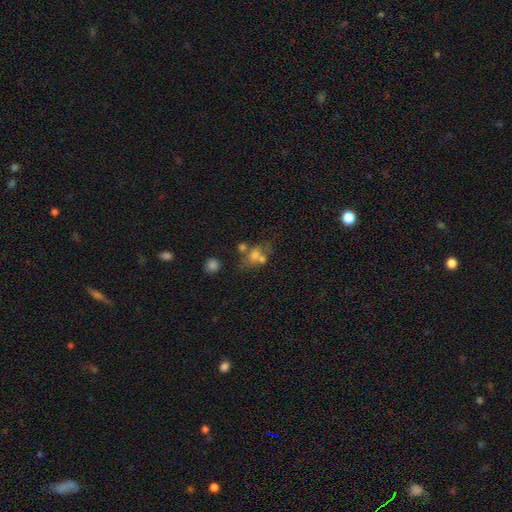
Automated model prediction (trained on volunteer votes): Smooth or featured: smooth — 54% (featured or disk — 28%)
How rounded: in between — 49% (round — 48%)
Merging: merger — 43% (none — 36%)